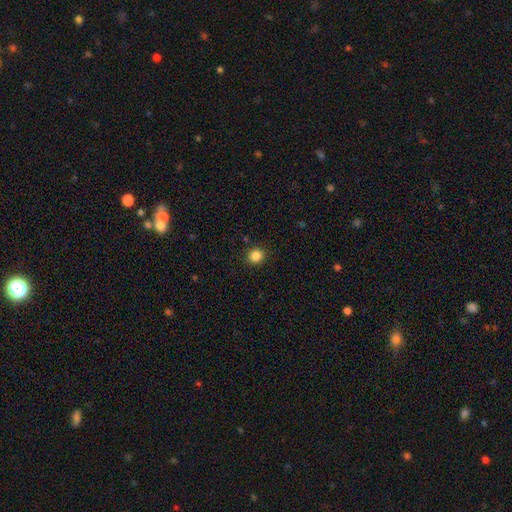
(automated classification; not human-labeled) Q: Smooth or featured?
A: smooth (85%); runner-up: star or artifact (11%)
Q: How rounded?
A: round (89%); runner-up: in between (11%)
Q: Merging?
A: none (90%); runner-up: minor disturbance (6%)